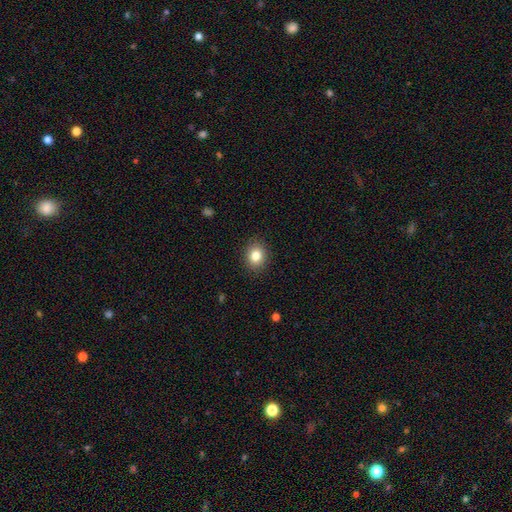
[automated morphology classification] The model was most divided on "how rounded": round: 62%, in between: 37%, cigar-shaped: 1%. More confident: merging — none (89%); smooth or featured — smooth (83%).